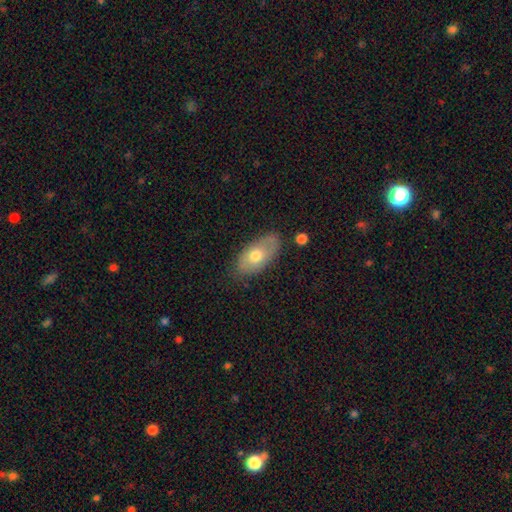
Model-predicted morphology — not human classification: smooth 61%, featured or disk 32%, star or artifact 7%. Down the decision tree: how rounded — in between (92%); merging — none (77%).